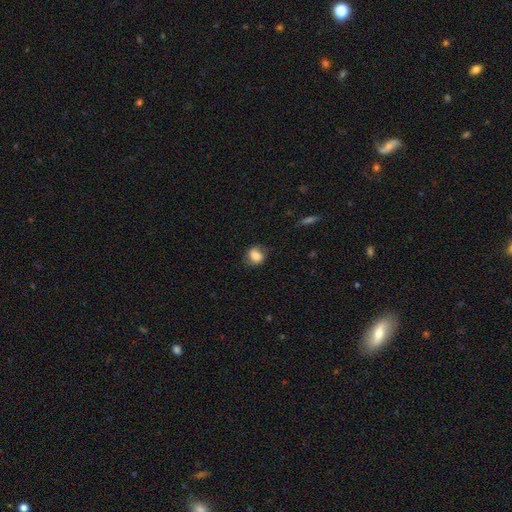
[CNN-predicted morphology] type=smooth (76%); roundness=round (59%); merging=none (70%).